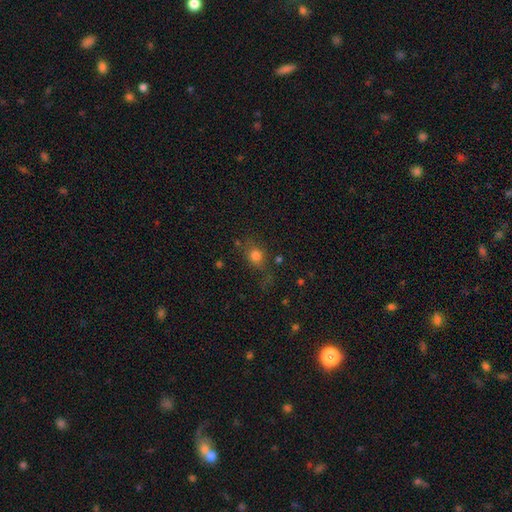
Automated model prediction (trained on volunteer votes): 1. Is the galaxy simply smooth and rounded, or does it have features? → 76% smooth, 15% star or artifact, 9% featured or disk.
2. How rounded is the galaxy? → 67% round, 31% in between, 2% cigar-shaped.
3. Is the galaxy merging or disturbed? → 68% none, 18% minor disturbance, 9% major disturbance, 5% merger.